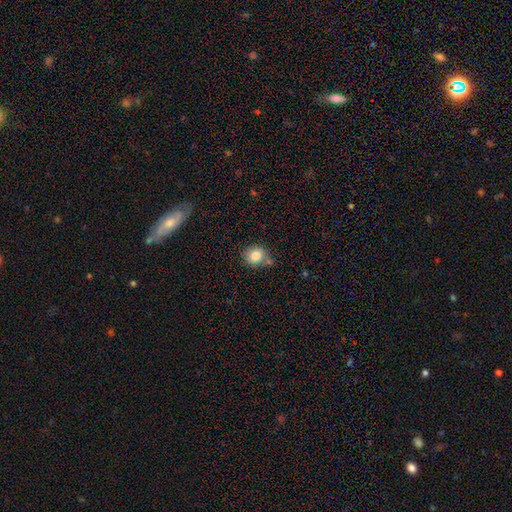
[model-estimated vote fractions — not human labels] smooth_or_featured: smooth (p=0.83) [alt: star or artifact p=0.10]
how_rounded: round (p=0.80) [alt: in between p=0.19]
merging: none (p=0.68) [alt: minor disturbance p=0.17]